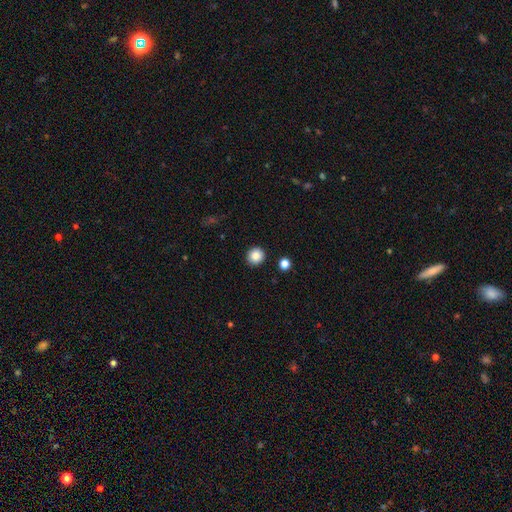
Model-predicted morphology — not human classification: smooth 86%, star or artifact 10%, featured or disk 5%. Down the decision tree: how rounded — round (92%); merging — none (92%).